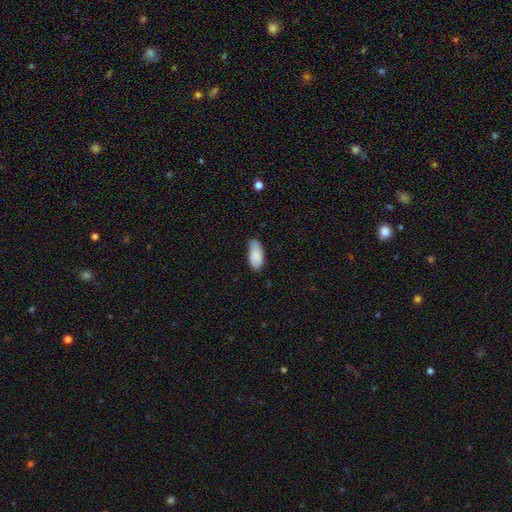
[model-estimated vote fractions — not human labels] smooth_or_featured: smooth (p=0.85) [alt: featured or disk p=0.08]
how_rounded: in between (p=0.93) [alt: cigar-shaped p=0.05]
merging: none (p=0.63) [alt: minor disturbance p=0.31]